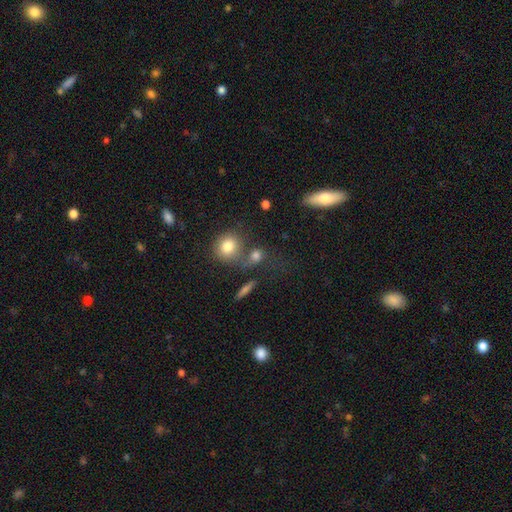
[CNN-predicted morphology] The model was most divided on "merging": none: 45%, merger: 35%, minor disturbance: 12%, major disturbance: 9%. More confident: smooth or featured — smooth (76%); how rounded — round (71%).